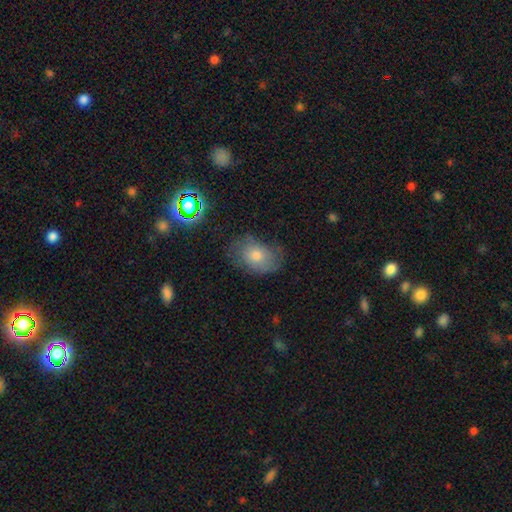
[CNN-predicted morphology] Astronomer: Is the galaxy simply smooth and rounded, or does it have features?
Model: smooth — 54% (runner-up: featured or disk, 31%).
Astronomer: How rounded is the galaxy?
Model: in between — 72%.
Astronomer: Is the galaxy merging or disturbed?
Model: none — 63%.